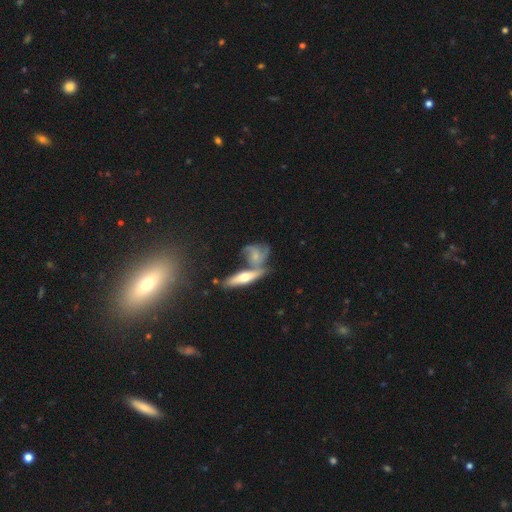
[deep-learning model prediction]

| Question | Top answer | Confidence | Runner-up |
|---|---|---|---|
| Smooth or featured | featured or disk | 64% | smooth (28%) |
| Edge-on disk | no | 74% | yes (26%) |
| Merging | none | 42% | merger (36%) |